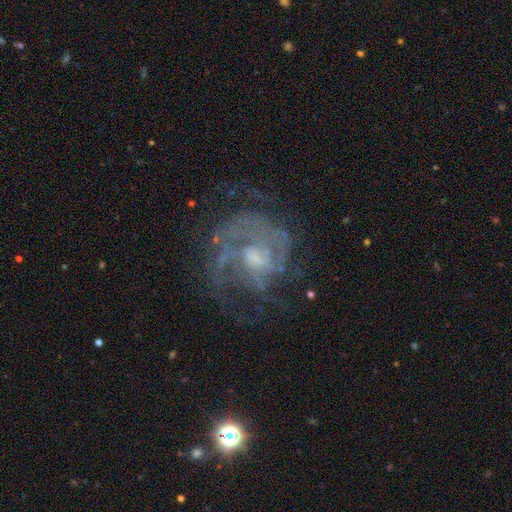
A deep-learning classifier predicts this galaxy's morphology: Smooth or featured?
  - featured or disk: 79% *
  - star or artifact: 11%
  - smooth: 10%
Edge-on disk?
  - no: 98% *
  - yes: 2%
Bar?
  - no: 55% *
  - weak: 38%
  - strong: 7%
Spiral arms?
  - yes: 85% *
  - no: 15%
Spiral winding?
  - tight: 46% *
  - medium: 40%
  - loose: 14%
Spiral arm count?
  - can't tell: 37% *
  - 2: 27%
  - 3: 18%
  - 1: 8%
  - 4: 6%
  - more than 4: 4%
Bulge size?
  - moderate: 45% *
  - small: 37%
  - none: 13%
  - large: 5%
  - dominant: 1%
Merging?
  - none: 61% *
  - major disturbance: 19%
  - minor disturbance: 18%
  - merger: 2%